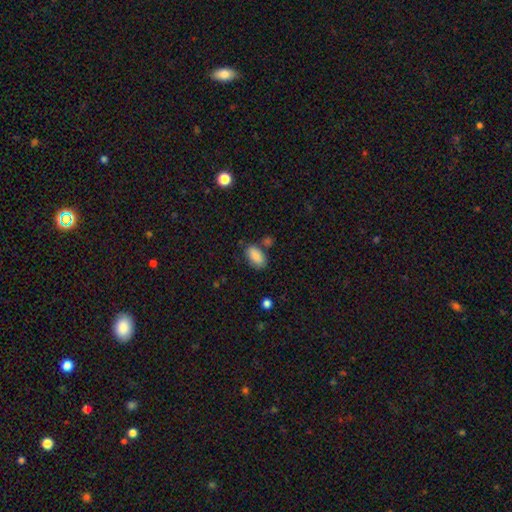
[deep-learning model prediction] This appears to be a smooth galaxy with no disk features (88%) that is in between round and cigar-shaped (92%). Merging: none (72%).